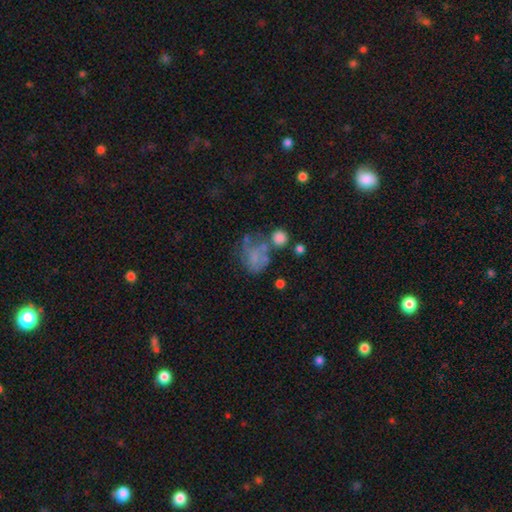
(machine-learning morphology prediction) smooth-or-featured: smooth: 48% | featured or disk: 37% | star or artifact: 15%
  merging: major disturbance: 31% (tied) | none: 31% (tied) | minor disturbance: 21% | merger: 18%